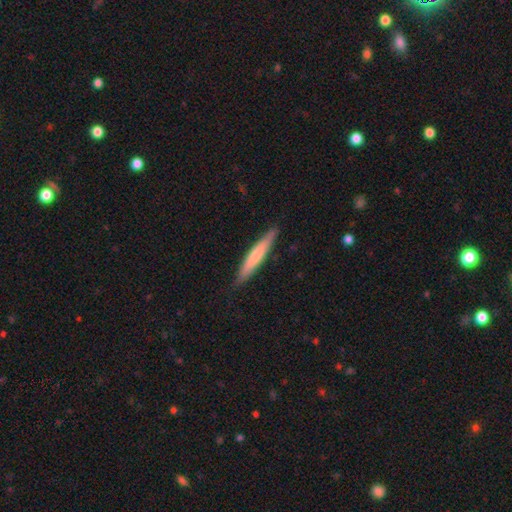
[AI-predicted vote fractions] The model was most divided on "smooth or featured": smooth: 65%, featured or disk: 29%, star or artifact: 5%. More confident: how rounded — cigar-shaped (94%); merging — none (88%).